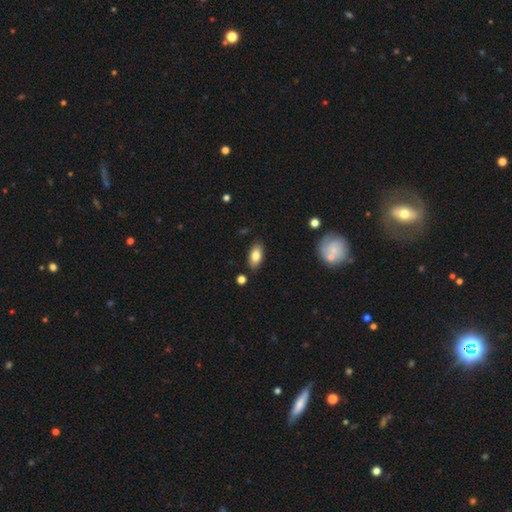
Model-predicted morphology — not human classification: Overall: smooth (79%). How rounded: in between (91%). Merging: none (85%).